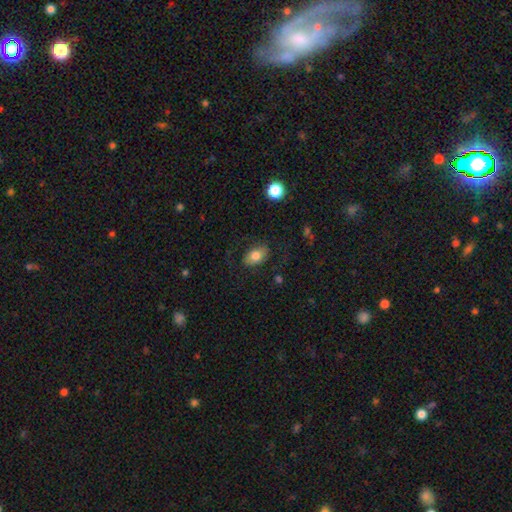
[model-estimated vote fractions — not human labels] Smooth or featured? smooth (76%)
How rounded? in between (87%)
Merging? none (78%)